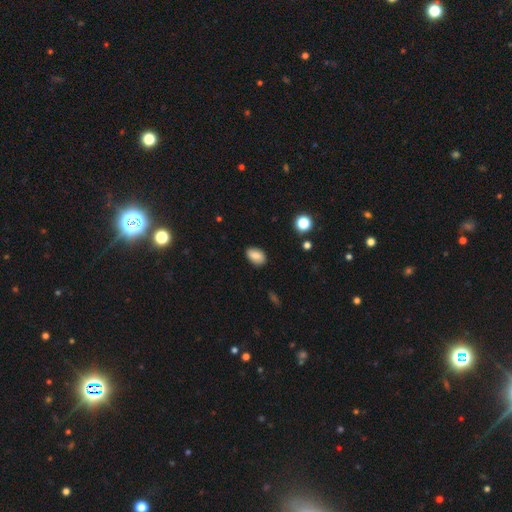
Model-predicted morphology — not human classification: Smooth or featured? Predicted: smooth (p=0.82). How rounded? Predicted: in between (p=0.86). Merging? Predicted: none (p=0.83).